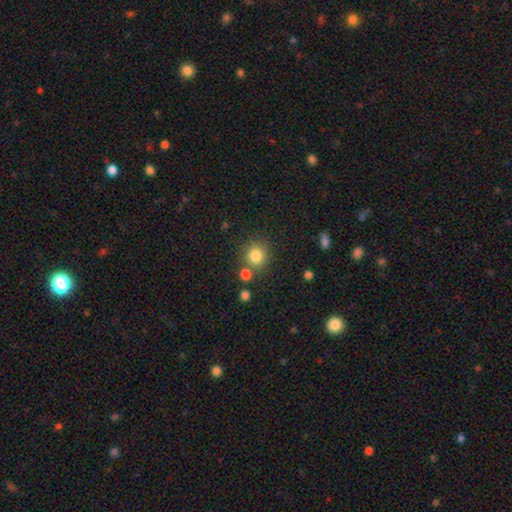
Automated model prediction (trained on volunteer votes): A smooth galaxy with no disk features (82%) that is round (89%). Merging: none (75%).